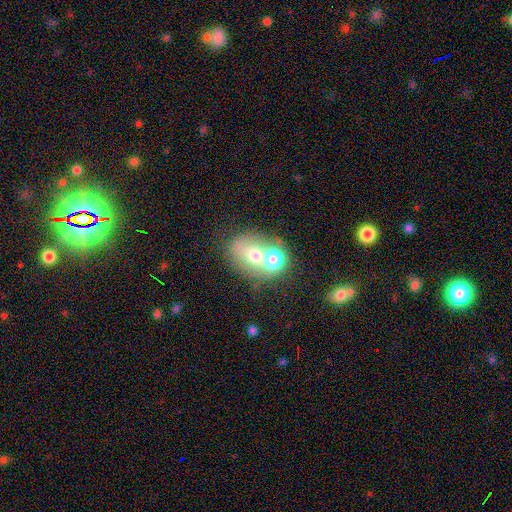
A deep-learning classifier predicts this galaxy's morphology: The model was most divided on "how rounded": round: 50%, in between: 49%, cigar-shaped: 1%. More confident: merging — merger (62%); smooth or featured — smooth (59%).